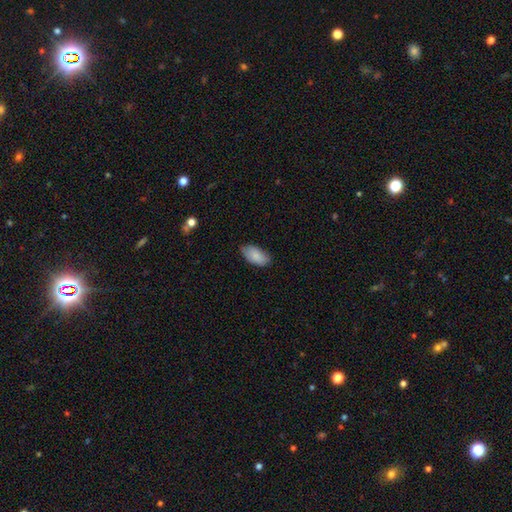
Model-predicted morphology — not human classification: Smooth or featured? Predicted: smooth (p=0.86). How rounded? Predicted: in between (p=0.94). Merging? Predicted: none (p=0.78).